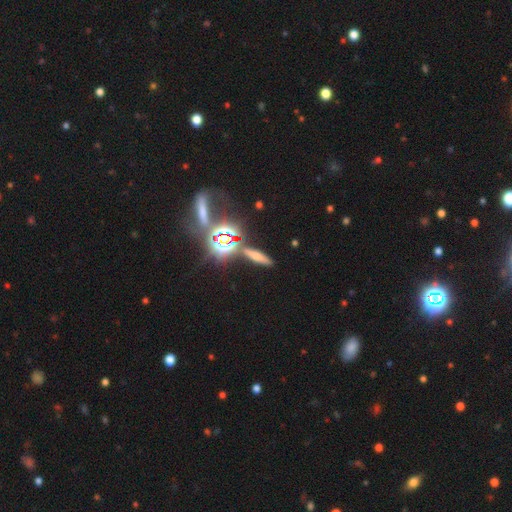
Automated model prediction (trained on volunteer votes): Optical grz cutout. It shows a smooth galaxy with no disk features (48%). Merging: none (80%).